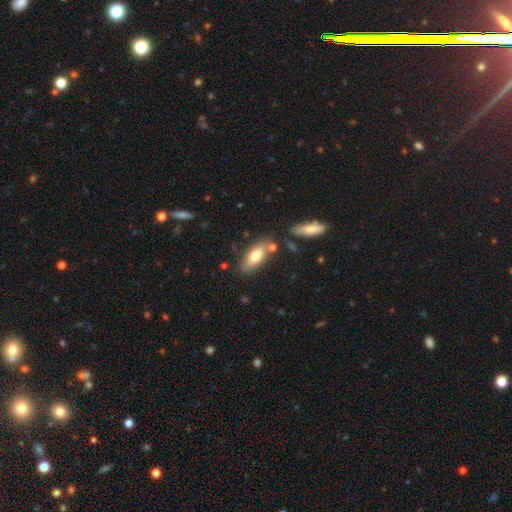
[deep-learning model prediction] This appears to be a smooth galaxy with no disk features (72%) that is in between round and cigar-shaped (75%). Merging: none (73%).